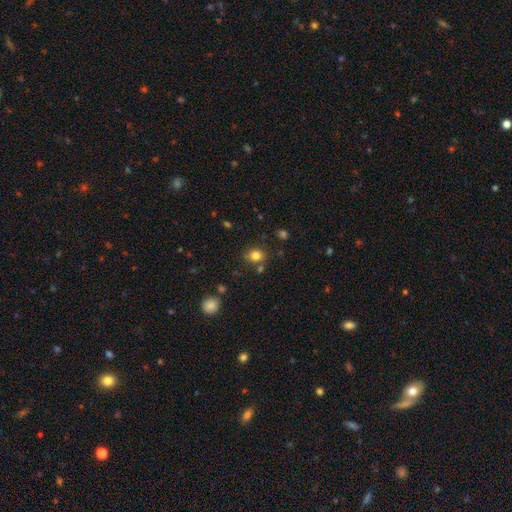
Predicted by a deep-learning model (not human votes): The model was most divided on "how rounded": round: 59%, in between: 40%, cigar-shaped: 1%. More confident: smooth or featured — smooth (81%); merging — none (76%).